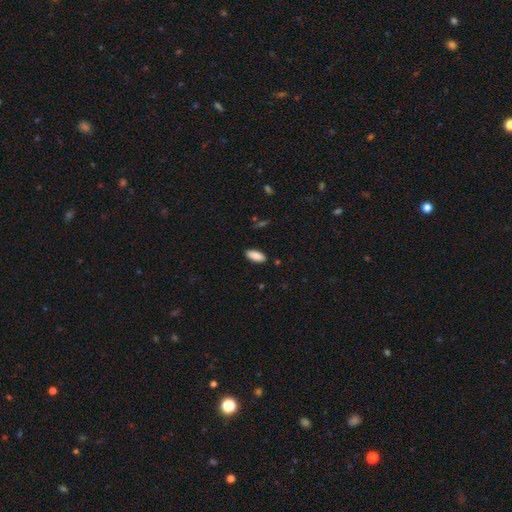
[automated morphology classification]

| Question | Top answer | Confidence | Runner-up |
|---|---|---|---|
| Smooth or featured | smooth | 89% | star or artifact (6%) |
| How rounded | in between | 84% | cigar-shaped (14%) |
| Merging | none | 88% | minor disturbance (9%) |